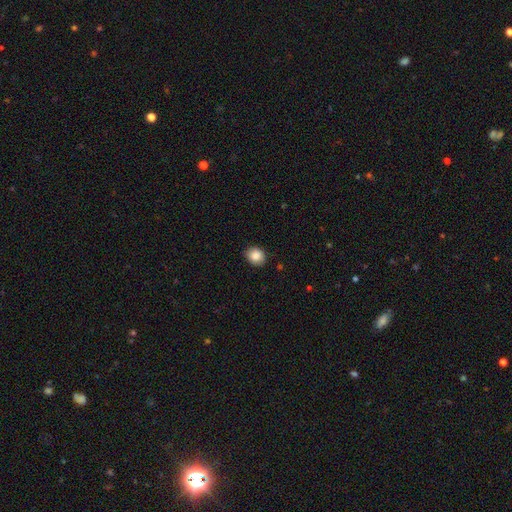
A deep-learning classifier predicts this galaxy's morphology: Smooth or featured: smooth — 87% (star or artifact — 9%)
How rounded: round — 61% (in between — 38%)
Merging: none — 83% (minor disturbance — 14%)